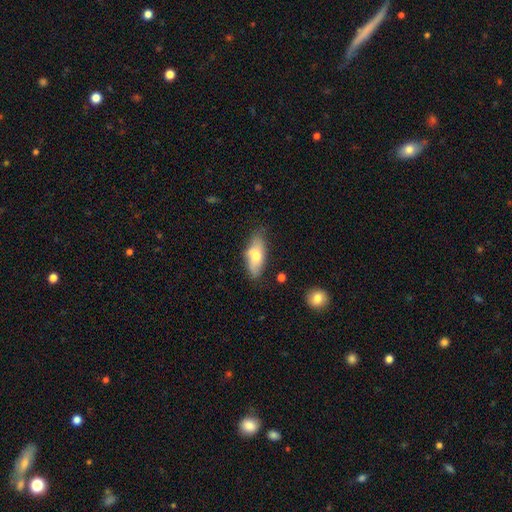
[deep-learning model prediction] A smooth galaxy with no disk features (66%) that is in between round and cigar-shaped (80%).

Vote fractions:
- Smooth or featured? smooth: 66% / featured or disk: 28% / star or artifact: 7%
- How rounded? in between: 80% / cigar-shaped: 17% / round: 3%
- Merging? none: 62% / minor disturbance: 26% / major disturbance: 7% / merger: 6%